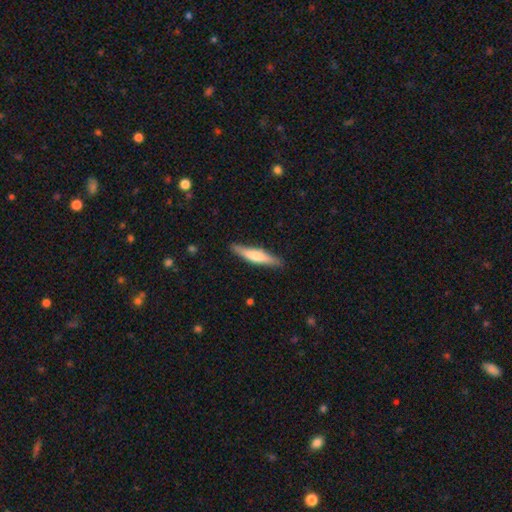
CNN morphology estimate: A smooth galaxy with no disk features (57%) that is cigar-shaped (87%).

Vote fractions:
- Smooth or featured? smooth: 57% / featured or disk: 38% / star or artifact: 5%
- How rounded? cigar-shaped: 87% / in between: 12% / round: 1%
- Merging? none: 87% / minor disturbance: 10% / major disturbance: 2% / merger: 1%